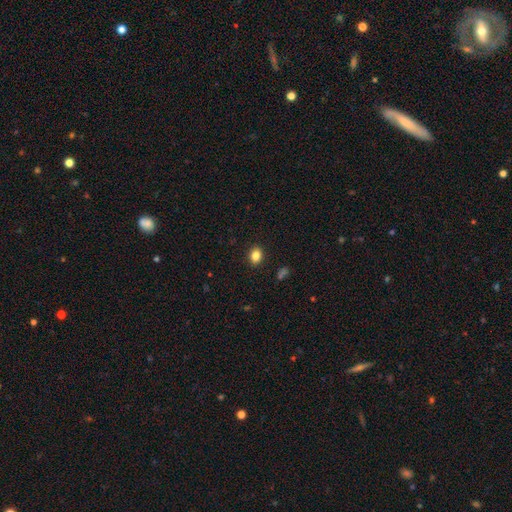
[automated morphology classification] smooth-or-featured: smooth: 86% | star or artifact: 10% | featured or disk: 4%
  how-rounded: in between: 60% | round: 39% | cigar-shaped: 1%
  merging: none: 90% | minor disturbance: 7% | major disturbance: 2% | merger: 1%